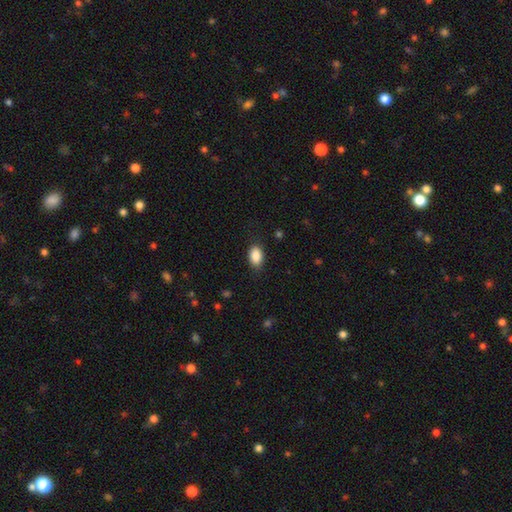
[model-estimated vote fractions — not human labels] A smooth galaxy with no disk features (88%) that is in between round and cigar-shaped (89%). Merging: none (84%).